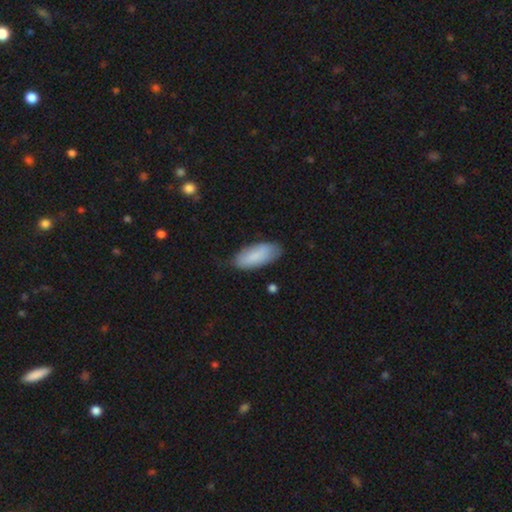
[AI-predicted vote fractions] Morphology: type=smooth (85%); roundness=in between (84%); merging=none (76%).